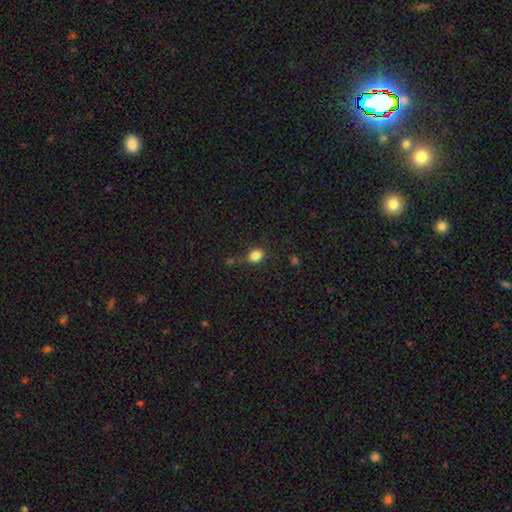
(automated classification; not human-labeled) The model was most divided on "how rounded": in between: 59%, round: 40%, cigar-shaped: 1%. More confident: smooth or featured — smooth (84%); merging — none (76%).